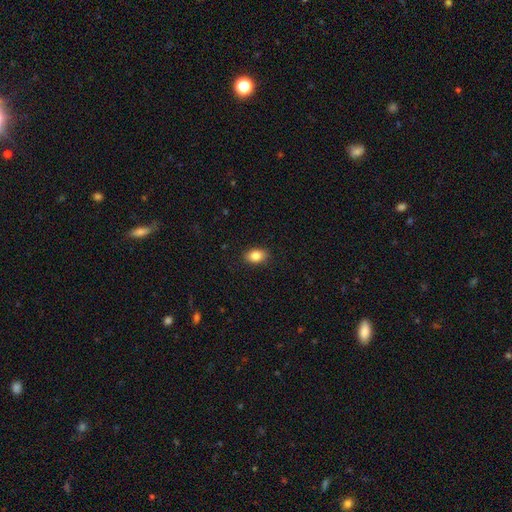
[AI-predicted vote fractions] smooth-or-featured: smooth: 85% | star or artifact: 8% | featured or disk: 7%
  how-rounded: in between: 82% | round: 16% | cigar-shaped: 2%
  merging: none: 88% | minor disturbance: 9% | major disturbance: 2% | merger: 1%